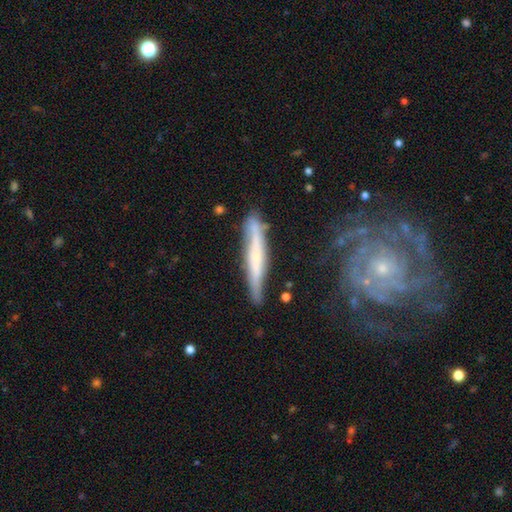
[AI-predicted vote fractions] Smooth or featured? featured or disk (57%)
Edge-on disk? yes (83%)
Merging? none (73%)